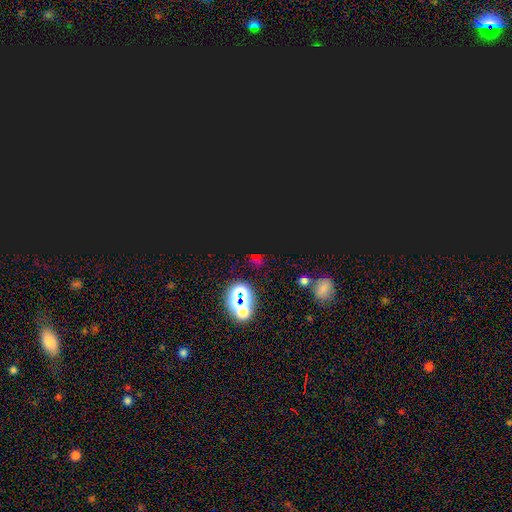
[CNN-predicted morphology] Q: Smooth or featured?
A: star or artifact (77%); runner-up: smooth (15%)